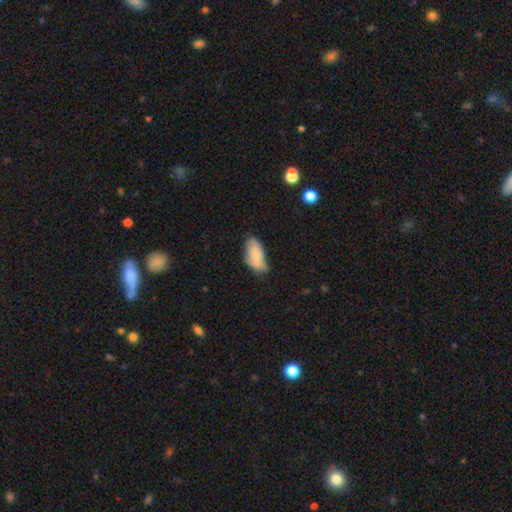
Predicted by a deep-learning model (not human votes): Smooth or featured? smooth (77%)
How rounded? in between (92%)
Merging? minor disturbance (42%)